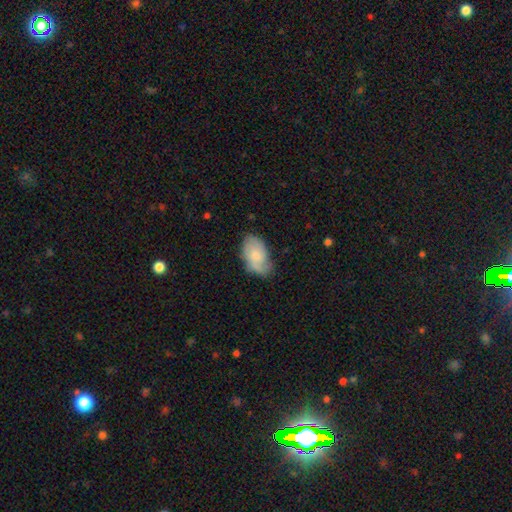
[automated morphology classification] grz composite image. It shows a smooth galaxy with no disk features (50%) that is in between round and cigar-shaped (91%). Merging: none (63%).